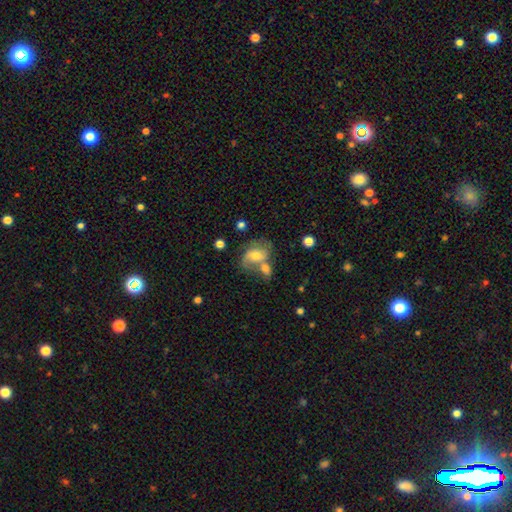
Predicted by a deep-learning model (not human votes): Smooth or featured? Predicted: featured or disk (p=0.46). Merging? Predicted: merger (p=0.46).